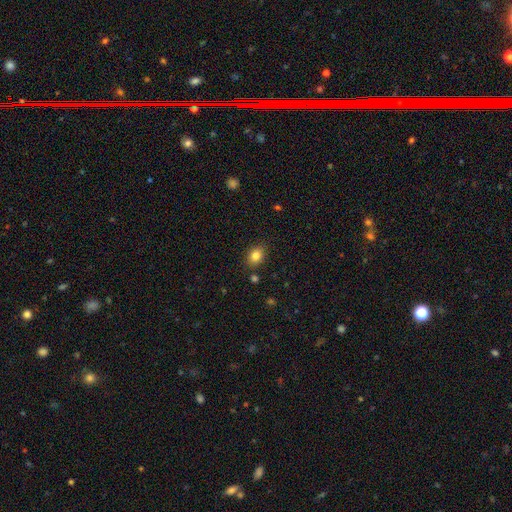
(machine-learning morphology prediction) A smooth galaxy with no disk features (83%) that is in between round and cigar-shaped (60%). Merging: none (85%).